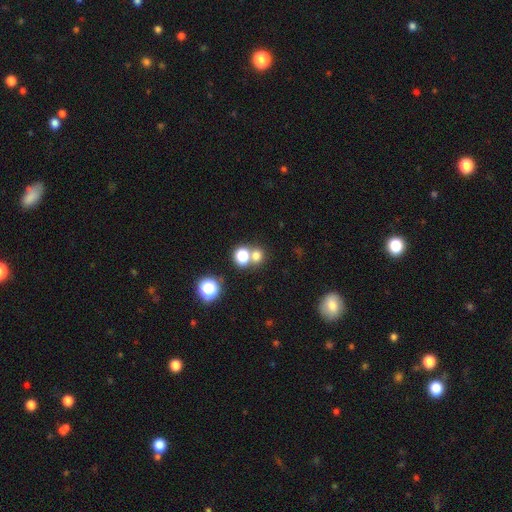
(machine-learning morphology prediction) This is likely a smooth galaxy (71%). How rounded: likely round (77%). Merging: possibly none (53%).